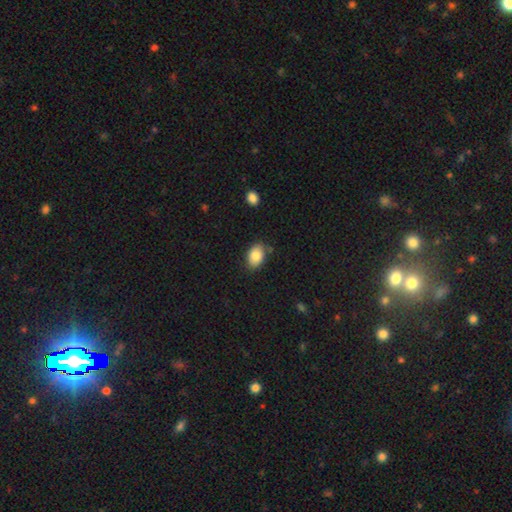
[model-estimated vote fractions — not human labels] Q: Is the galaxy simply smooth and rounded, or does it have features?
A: smooth — 85%.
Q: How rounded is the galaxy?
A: in between — 85%.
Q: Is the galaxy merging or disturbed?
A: none — 81%.